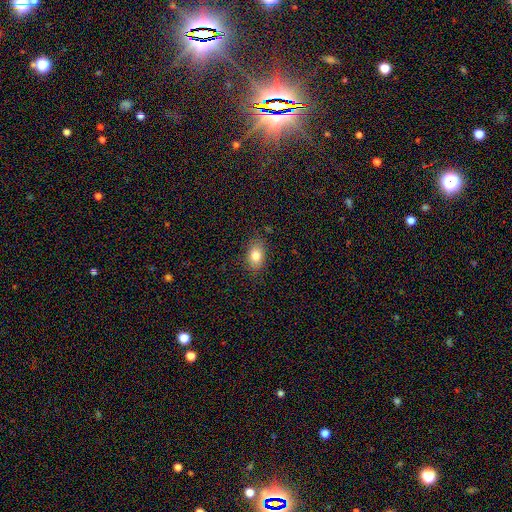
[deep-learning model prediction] Smooth or featured: smooth — 81% (featured or disk — 10%)
How rounded: in between — 83% (round — 15%)
Merging: none — 84% (minor disturbance — 12%)